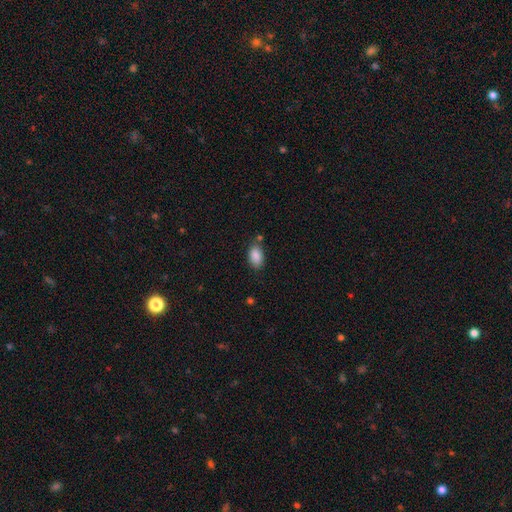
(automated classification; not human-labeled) A smooth galaxy with no disk features (88%) that is in between round and cigar-shaped (91%). Merging: none (73%).